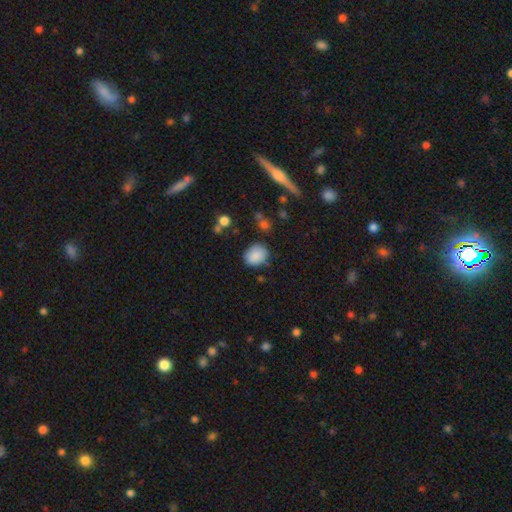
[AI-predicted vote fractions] Overall: smooth (86%). How rounded: round (50%; in between 48%). Merging: none (76%).